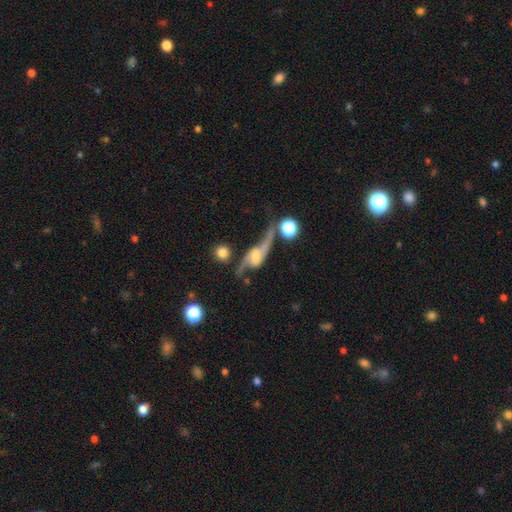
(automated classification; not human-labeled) This is clearly a featured or disk galaxy (83%). It is clearly not viewed edge-on (85%). Bar: marginally weak (41%). Spiral arm pattern: clearly yes (93%). Spiral arm count: clearly 2 (92%). Spiral winding: clearly loose (86%). Central bulge: marginally moderate (40%). Merging: possibly none (46%).